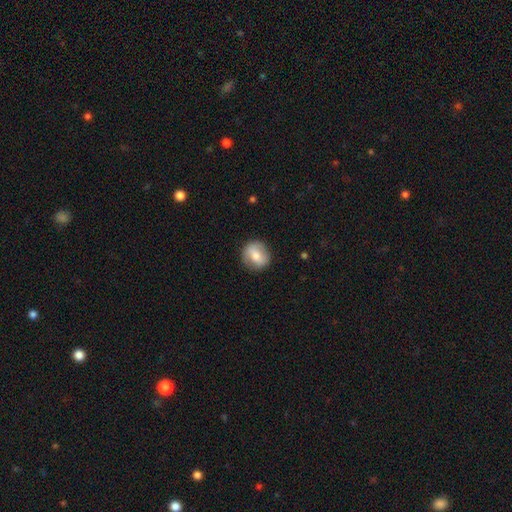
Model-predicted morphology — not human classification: Smooth or featured?
  - smooth: 63% *
  - featured or disk: 30%
  - star or artifact: 8%
How rounded?
  - round: 83% *
  - in between: 16%
  - cigar-shaped: 1%
Merging?
  - none: 83% *
  - minor disturbance: 12%
  - major disturbance: 4%
  - merger: 1%